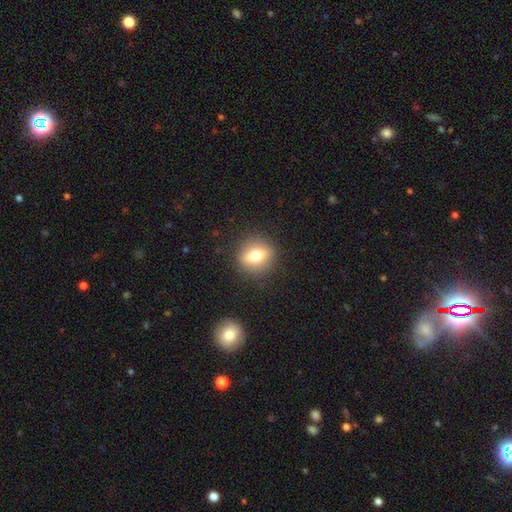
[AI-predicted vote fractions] Overall: smooth (65%). How rounded: round (68%; in between 29%). Merging: none (88%).